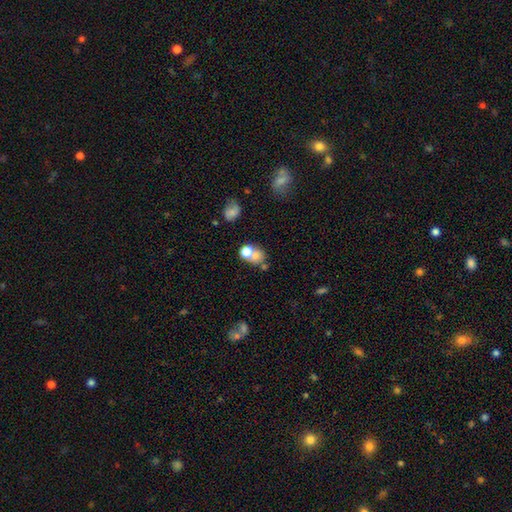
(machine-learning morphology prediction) Smooth or featured? Predicted: smooth (p=0.70). How rounded? Predicted: round (p=0.59). Merging? Predicted: merger (p=0.47).